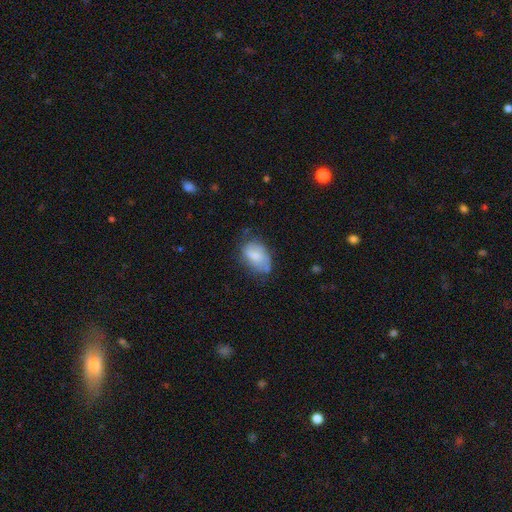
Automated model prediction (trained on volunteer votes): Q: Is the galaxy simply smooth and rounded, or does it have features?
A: smooth — 69%.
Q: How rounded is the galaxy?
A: in between — 89%.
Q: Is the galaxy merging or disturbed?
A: none — 45%.